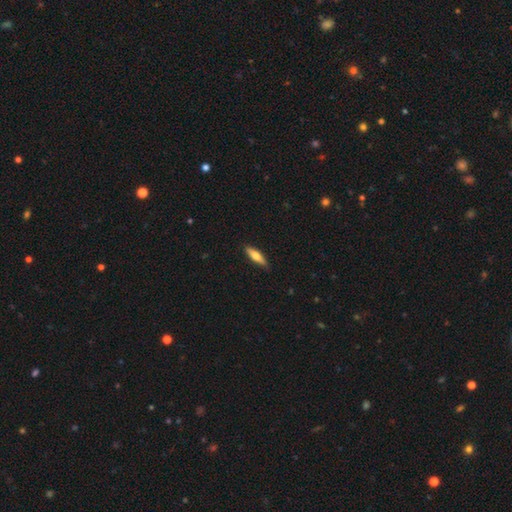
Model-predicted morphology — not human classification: smooth_or_featured: smooth (p=0.62) [alt: featured or disk p=0.33]
how_rounded: cigar-shaped (p=0.65) [alt: in between p=0.33]
merging: none (p=0.87) [alt: minor disturbance p=0.10]